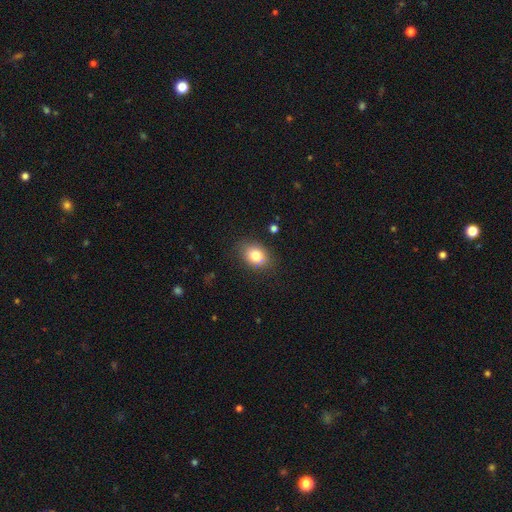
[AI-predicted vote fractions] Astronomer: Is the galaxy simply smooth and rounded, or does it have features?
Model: smooth — 80%.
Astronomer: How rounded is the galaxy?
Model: in between — 63%.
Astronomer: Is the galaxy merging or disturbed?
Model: none — 81%.